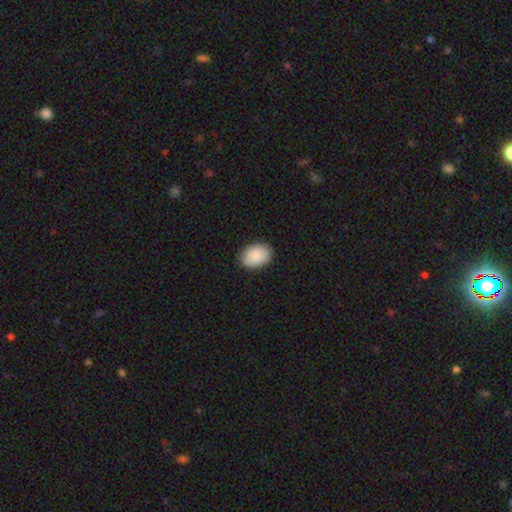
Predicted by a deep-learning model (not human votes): Q: Smooth or featured?
A: smooth (90%); runner-up: star or artifact (6%)
Q: How rounded?
A: in between (82%); runner-up: round (16%)
Q: Merging?
A: none (85%); runner-up: minor disturbance (12%)